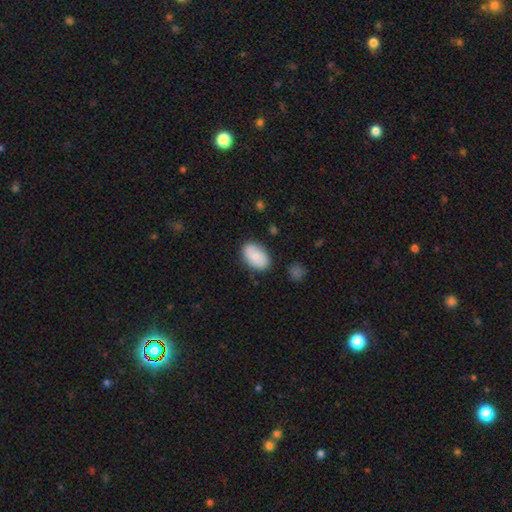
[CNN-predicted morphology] This is likely a smooth galaxy (75%). How rounded: clearly in between (91%). Merging: clearly none (80%).